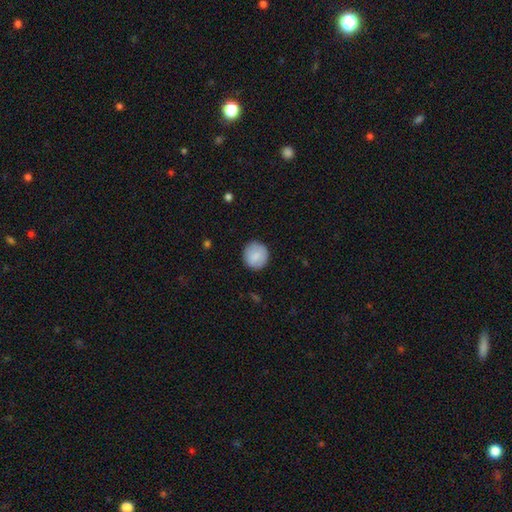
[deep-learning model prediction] Smooth or featured? Predicted: smooth (p=0.85). How rounded? Predicted: round (p=0.92). Merging? Predicted: none (p=0.89).